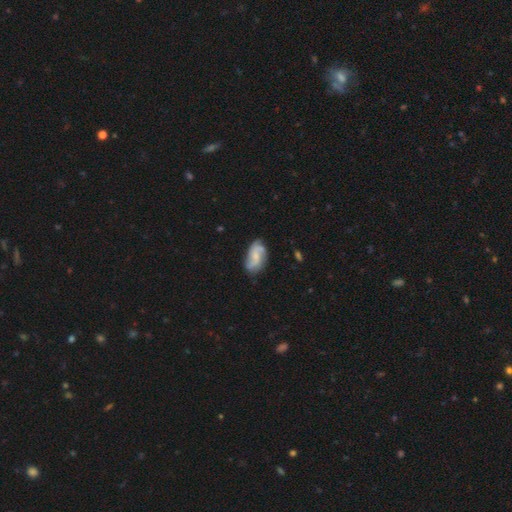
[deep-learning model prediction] Smooth or featured? Predicted: featured or disk (p=0.68). Edge-on disk? Predicted: no (p=0.96). Bar? Predicted: no (p=0.54). Spiral arms? Predicted: yes (p=0.93). Spiral winding? Predicted: loose (p=0.42). Spiral arm count? Predicted: 2 (p=0.55). Bulge size? Predicted: small (p=0.52). Merging? Predicted: none (p=0.70).